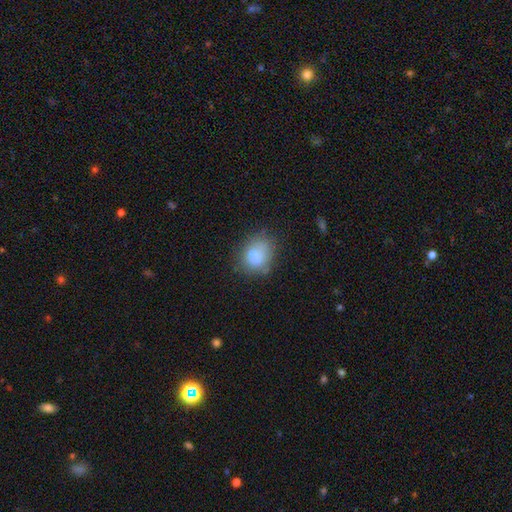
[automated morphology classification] Q: Smooth or featured?
A: smooth (74%); runner-up: featured or disk (16%)
Q: How rounded?
A: round (56%); runner-up: in between (43%)
Q: Merging?
A: none (49%); runner-up: minor disturbance (24%)